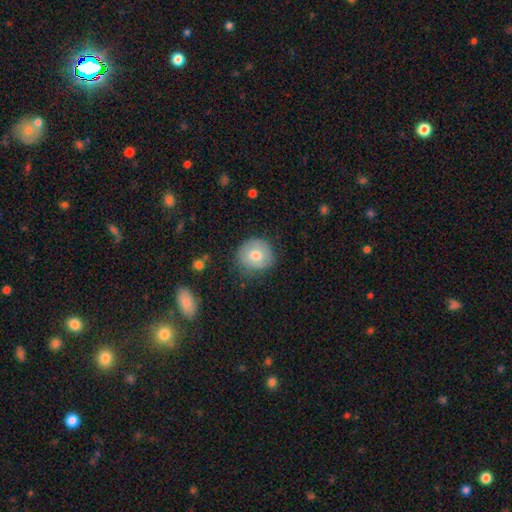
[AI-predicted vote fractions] A smooth galaxy with no disk features (73%) that is round (86%). Merging: none (75%).